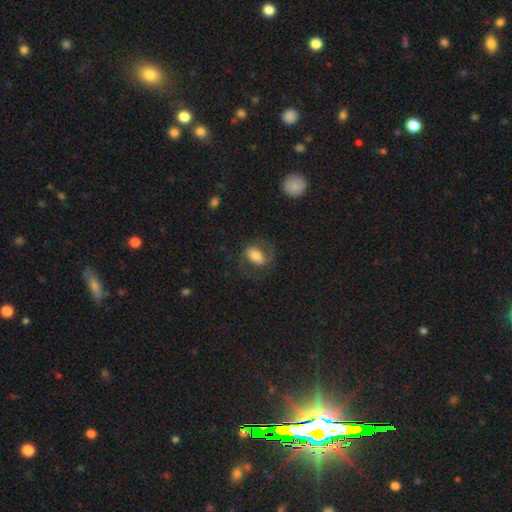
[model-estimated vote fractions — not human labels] Smooth or featured? smooth (53%)
How rounded? in between (80%)
Merging? none (63%)